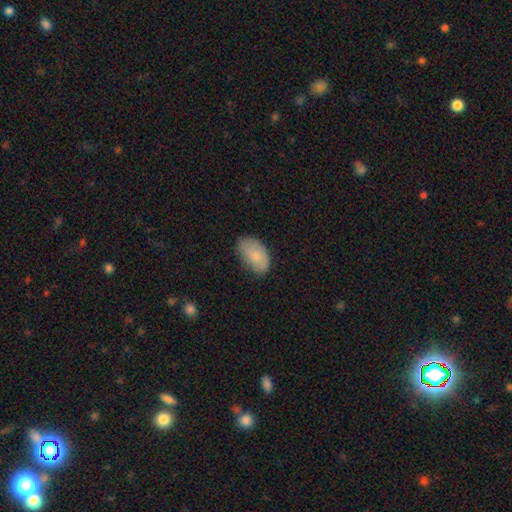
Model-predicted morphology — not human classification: smooth 81%, featured or disk 13%, star or artifact 6%. Down the decision tree: how rounded — in between (93%); merging — none (70%).